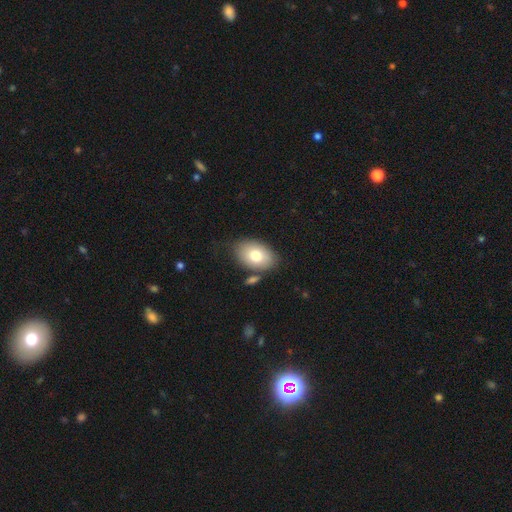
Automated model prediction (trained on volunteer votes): smooth 75%, featured or disk 17%, star or artifact 8%. Down the decision tree: how rounded — in between (86%); merging — none (73%).